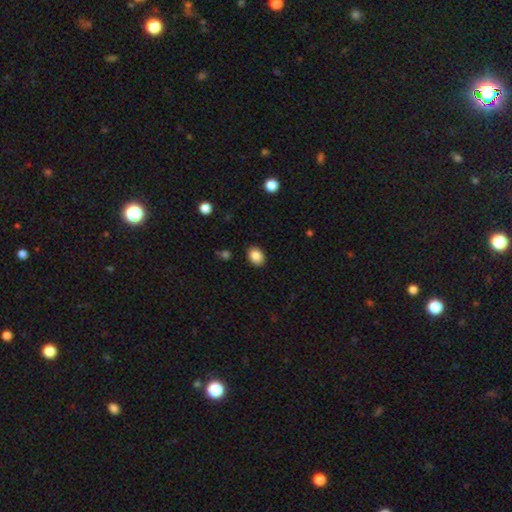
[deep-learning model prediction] smooth-or-featured: smooth: 86% | star or artifact: 8% | featured or disk: 6%
  how-rounded: in between: 68% | round: 32% | cigar-shaped: 1%
  merging: none: 88% | minor disturbance: 8% | major disturbance: 2% | merger: 1%